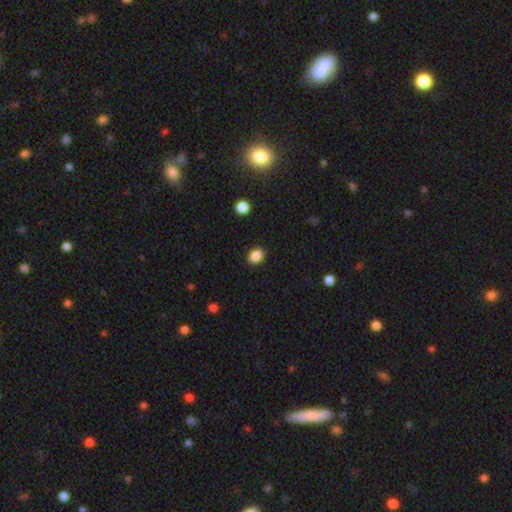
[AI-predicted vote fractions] This appears to be a smooth galaxy with no disk features (88%) that is in between round and cigar-shaped (55%). Merging: none (90%).